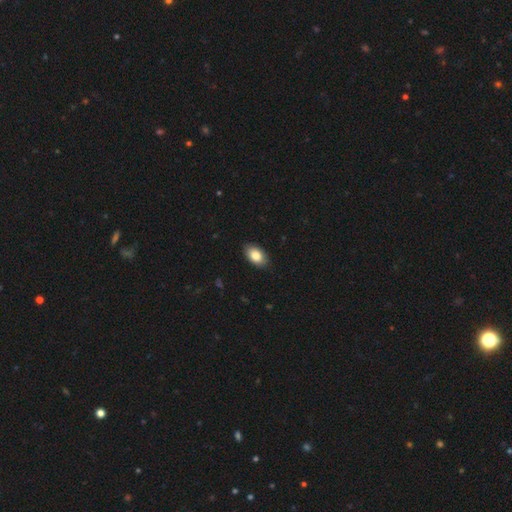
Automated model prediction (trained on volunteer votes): Smooth or featured? Predicted: smooth (p=0.83). How rounded? Predicted: in between (p=0.92). Merging? Predicted: none (p=0.87).